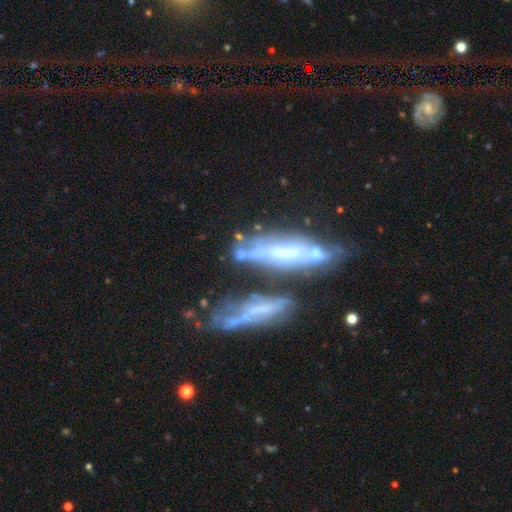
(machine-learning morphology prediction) Overall: featured or disk (64%; smooth 26%). Edge-on disk: no (60%; yes 40%). Merging: none (32%, tied with merger).